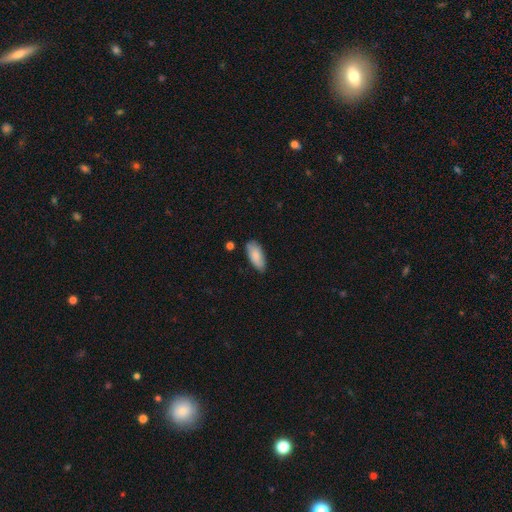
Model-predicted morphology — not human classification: A smooth galaxy with no disk features (85%) that is in between round and cigar-shaped (87%).

Vote fractions:
- Smooth or featured? smooth: 85% / featured or disk: 9% / star or artifact: 6%
- How rounded? in between: 87% / cigar-shaped: 12% / round: 2%
- Merging? none: 76% / minor disturbance: 18% / major disturbance: 3% / merger: 3%